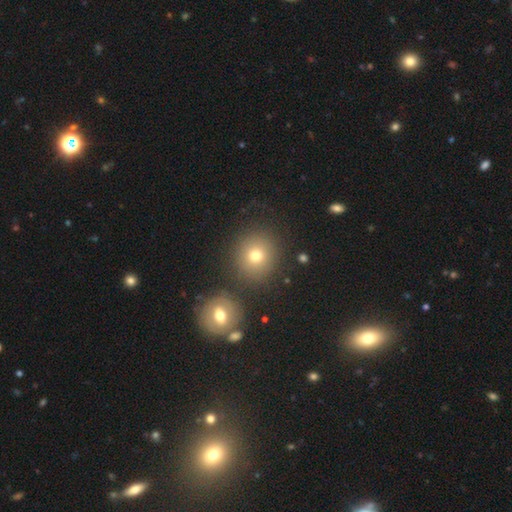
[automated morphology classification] Q: Smooth or featured?
A: smooth (73%); runner-up: star or artifact (16%)
Q: How rounded?
A: round (86%); runner-up: in between (13%)
Q: Merging?
A: none (79%); runner-up: merger (10%)